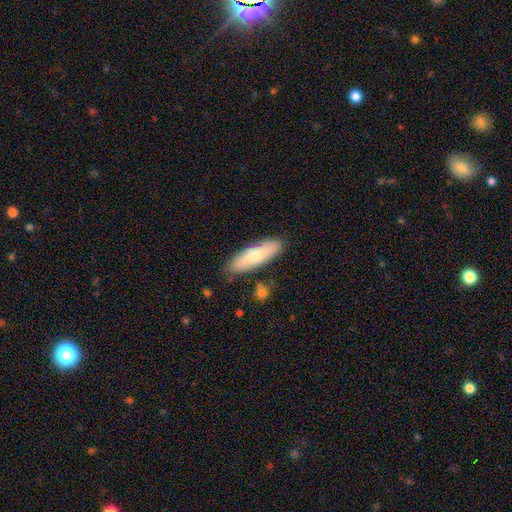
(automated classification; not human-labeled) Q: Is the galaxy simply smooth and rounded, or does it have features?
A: smooth — 68%.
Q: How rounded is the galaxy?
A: cigar-shaped — 53%.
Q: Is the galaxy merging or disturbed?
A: none — 83%.